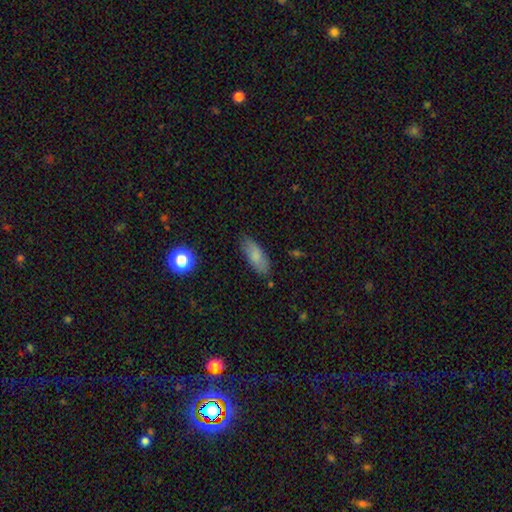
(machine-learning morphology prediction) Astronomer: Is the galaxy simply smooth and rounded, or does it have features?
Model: smooth — 80%.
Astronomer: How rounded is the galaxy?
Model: in between — 77%.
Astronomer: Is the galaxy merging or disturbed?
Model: none — 81%.